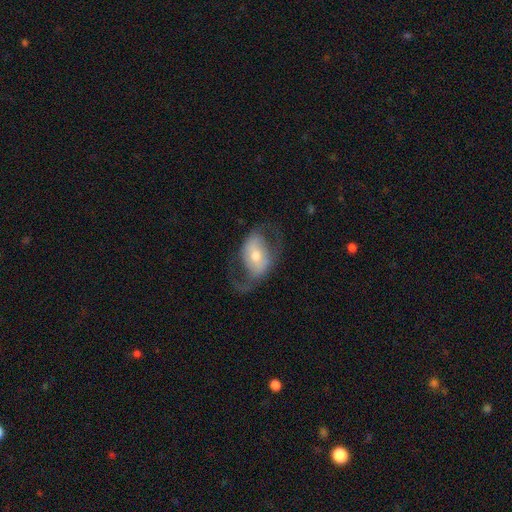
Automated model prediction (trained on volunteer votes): Overall: featured or disk (69%). Edge-on disk: no (94%). Bar: weak (37%, tied with no). Spiral arms: yes (74%). Bulge size: moderate (61%; small 27%). Merging: none (58%; major disturbance 23%).